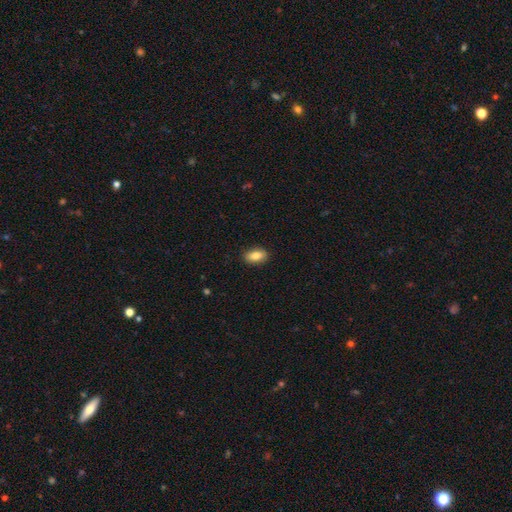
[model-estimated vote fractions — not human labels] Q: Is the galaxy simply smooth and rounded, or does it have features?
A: smooth — 84%.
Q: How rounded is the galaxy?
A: in between — 88%.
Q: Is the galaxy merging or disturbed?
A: none — 88%.